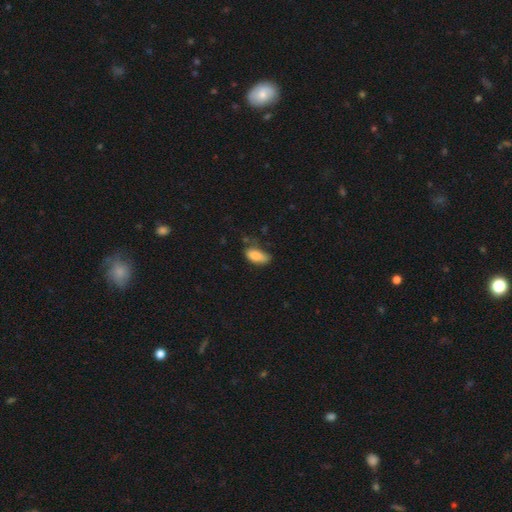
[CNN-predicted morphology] This is clearly a smooth galaxy (81%). How rounded: clearly in between (88%). Merging: possibly none (56%).